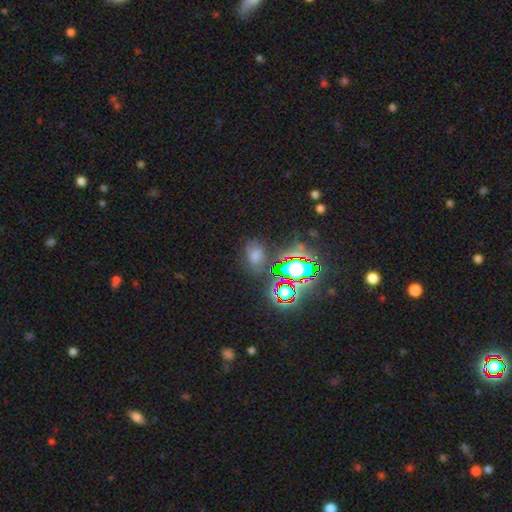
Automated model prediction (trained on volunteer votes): Smooth or featured?
  - star or artifact: 51% *
  - smooth: 35%
  - featured or disk: 14%